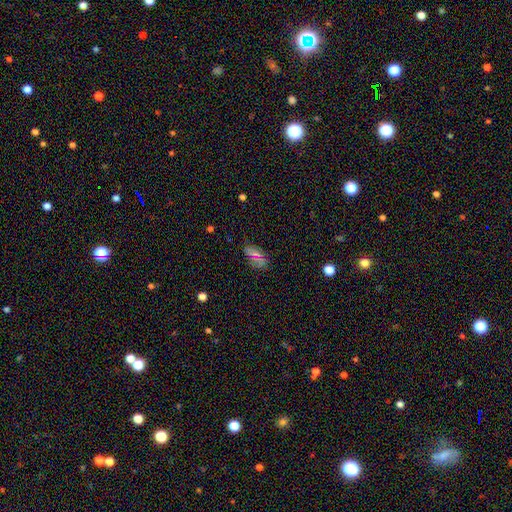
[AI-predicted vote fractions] smooth-or-featured: smooth: 49% | star or artifact: 31% | featured or disk: 20%
  merging: none: 72% | minor disturbance: 18% | major disturbance: 7% | merger: 3%